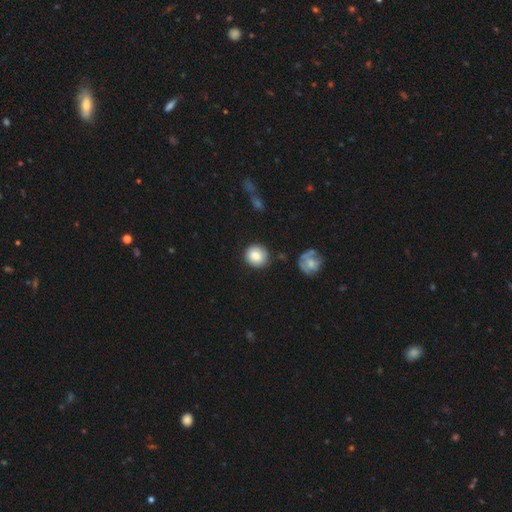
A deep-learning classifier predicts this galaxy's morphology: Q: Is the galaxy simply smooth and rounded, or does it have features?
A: smooth — 83%.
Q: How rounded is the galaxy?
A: round — 89%.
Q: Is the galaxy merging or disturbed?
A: none — 83%.